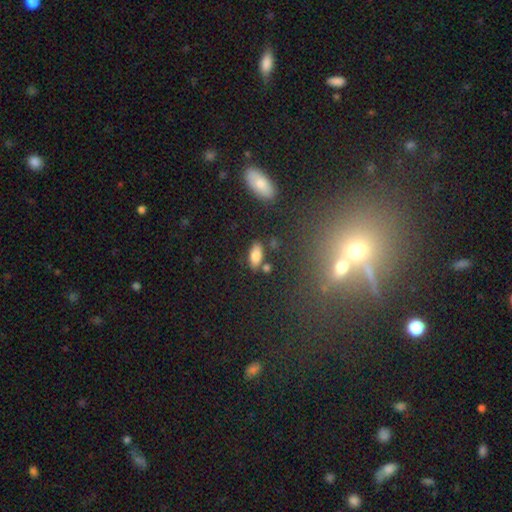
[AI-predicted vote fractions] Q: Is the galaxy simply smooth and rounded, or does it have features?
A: smooth — 83%.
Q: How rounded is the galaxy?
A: in between — 88%.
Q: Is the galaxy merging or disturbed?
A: none — 77%.